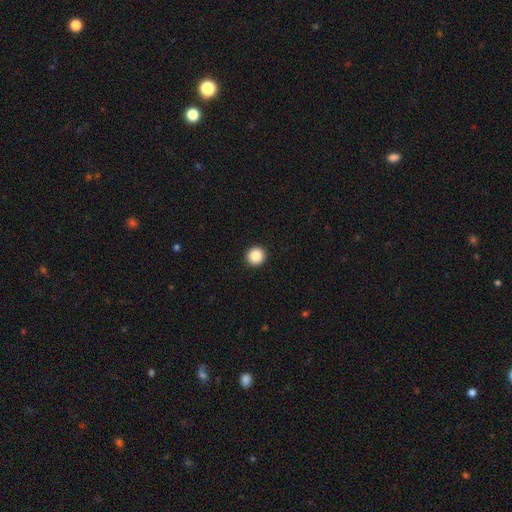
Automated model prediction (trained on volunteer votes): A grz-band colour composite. It shows a smooth galaxy with no disk features (88%) that is round (94%). Merging: none (93%).